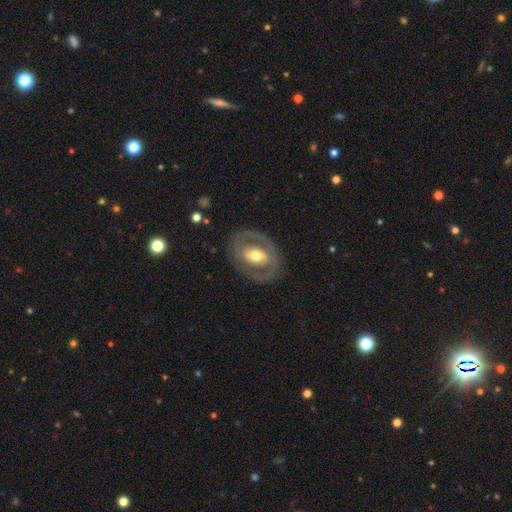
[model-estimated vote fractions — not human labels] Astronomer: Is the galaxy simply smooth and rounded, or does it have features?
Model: featured or disk — 65%.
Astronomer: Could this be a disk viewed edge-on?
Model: no — 94%.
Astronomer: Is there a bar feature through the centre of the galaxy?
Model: no — 47% (runner-up: weak, 30%).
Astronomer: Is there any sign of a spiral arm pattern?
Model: no — 65%.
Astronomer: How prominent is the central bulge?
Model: moderate — 66%.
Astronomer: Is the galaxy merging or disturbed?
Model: none — 80%.